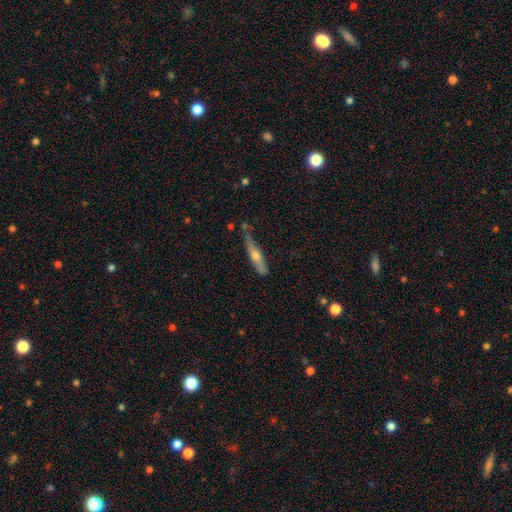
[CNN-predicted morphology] Overall: featured or disk (51%; smooth 43%). Edge-on disk: yes (87%). Merging: none (63%; minor disturbance 26%).